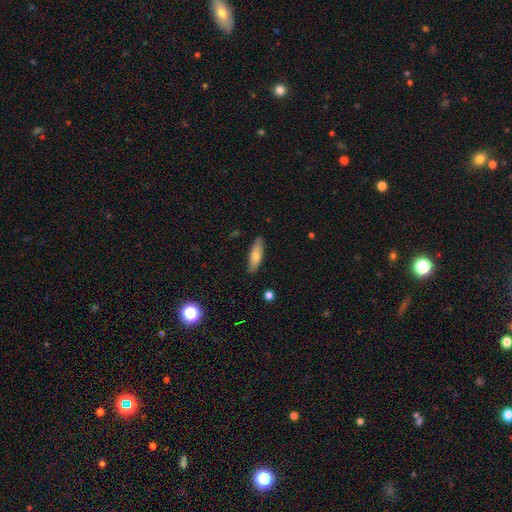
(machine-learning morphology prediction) Smooth or featured: smooth — 75% (featured or disk — 19%)
How rounded: cigar-shaped — 56% (in between — 42%)
Merging: none — 85% (minor disturbance — 11%)